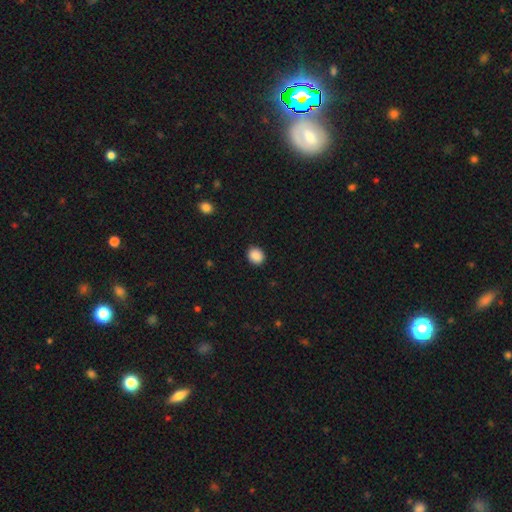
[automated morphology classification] The model was most divided on "how rounded": round: 72%, in between: 27%, cigar-shaped: 1%. More confident: merging — none (90%); smooth or featured — smooth (89%).